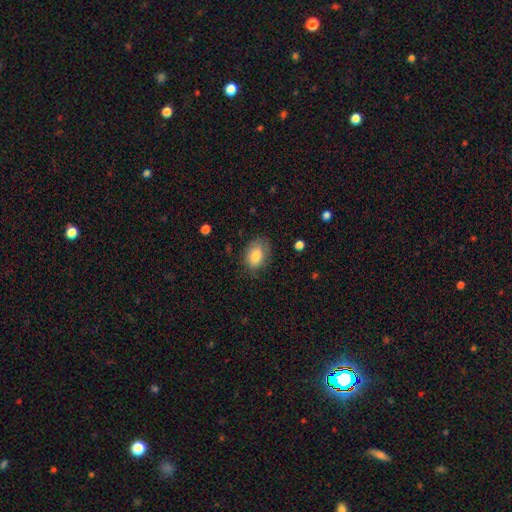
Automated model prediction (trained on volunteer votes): Smooth or featured?
  - smooth: 83% *
  - featured or disk: 10%
  - star or artifact: 7%
How rounded?
  - in between: 84% *
  - round: 15%
  - cigar-shaped: 1%
Merging?
  - none: 72% *
  - minor disturbance: 21%
  - major disturbance: 6%
  - merger: 1%